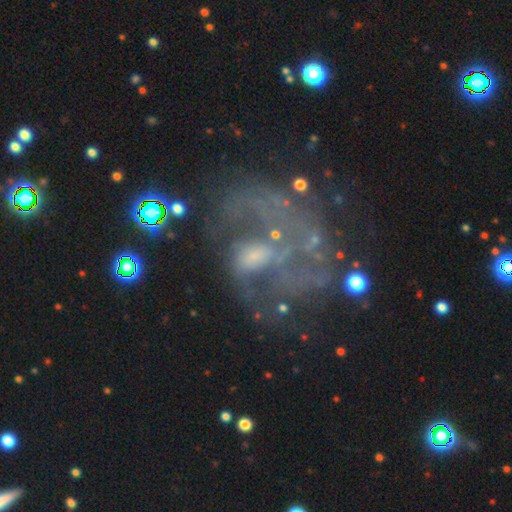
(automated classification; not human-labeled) This is likely a featured or disk galaxy (67%). It is clearly not viewed edge-on (97%). Bar: likely no (65%). Spiral arm pattern: possibly yes (55%). Central bulge: marginally none (35%). Merging: marginally major disturbance (44%).